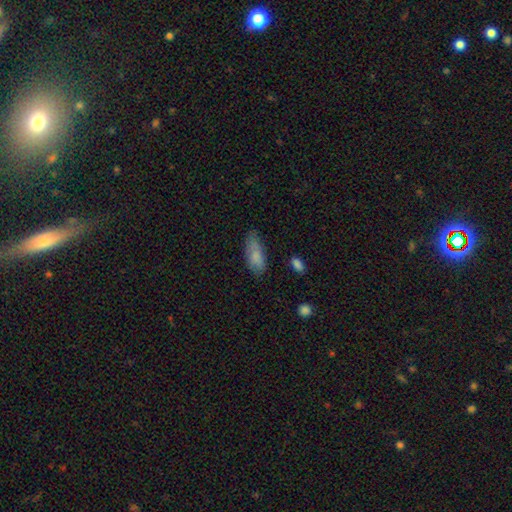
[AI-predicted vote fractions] Smooth or featured: smooth — 82% (featured or disk — 11%)
How rounded: in between — 76% (cigar-shaped — 21%)
Merging: none — 65% (minor disturbance — 26%)